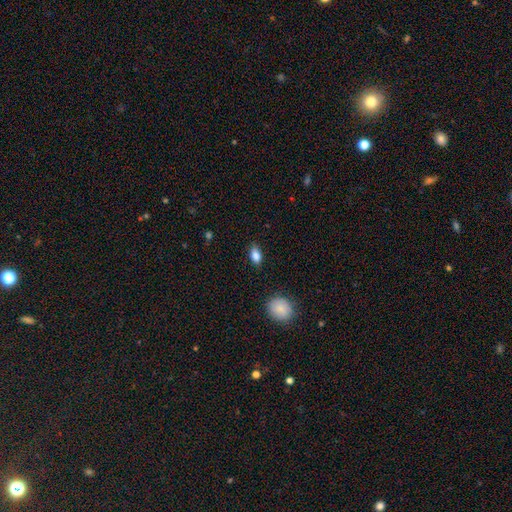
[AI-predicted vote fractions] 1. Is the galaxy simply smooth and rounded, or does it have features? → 85% smooth, 8% star or artifact, 7% featured or disk.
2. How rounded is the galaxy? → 86% in between, 8% round, 5% cigar-shaped.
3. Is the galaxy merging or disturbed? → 83% none, 13% minor disturbance, 3% major disturbance, 1% merger.